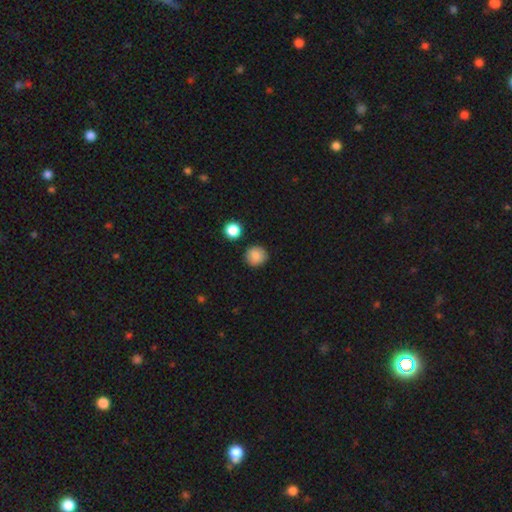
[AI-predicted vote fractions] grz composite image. It shows a smooth galaxy with no disk features (86%) that is round (92%). Merging: none (88%).